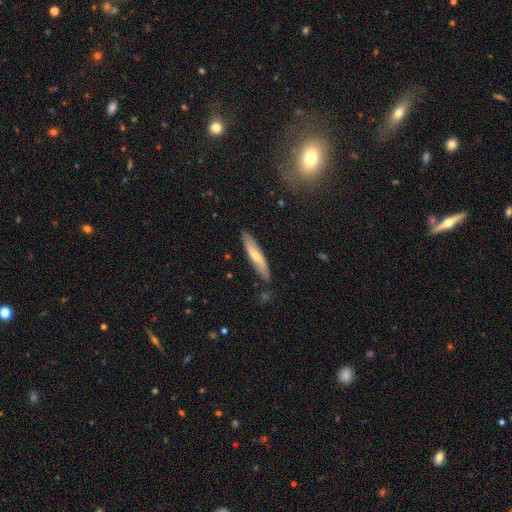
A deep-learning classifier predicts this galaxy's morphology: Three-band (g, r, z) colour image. It shows a smooth galaxy with no disk features (57%) that is cigar-shaped (86%). Merging: none (84%).